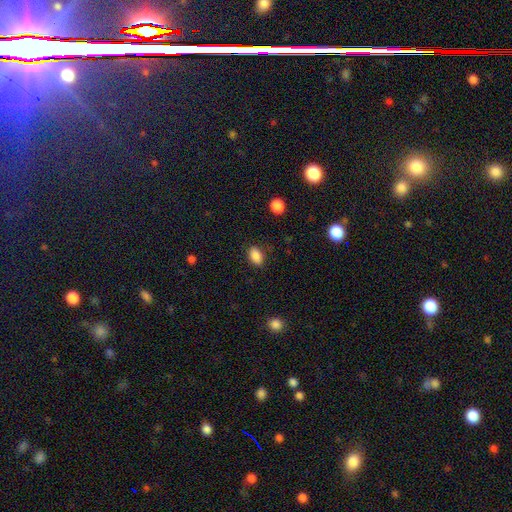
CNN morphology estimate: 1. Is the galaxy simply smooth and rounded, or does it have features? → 87% smooth, 9% star or artifact, 4% featured or disk.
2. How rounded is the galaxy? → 86% in between, 12% round, 2% cigar-shaped.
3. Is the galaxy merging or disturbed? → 84% none, 11% minor disturbance, 3% major disturbance, 1% merger.